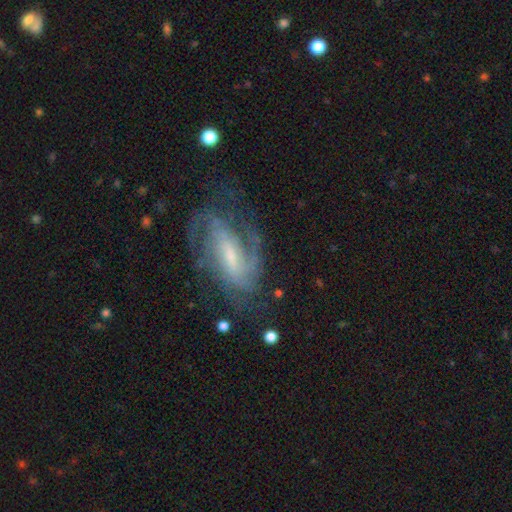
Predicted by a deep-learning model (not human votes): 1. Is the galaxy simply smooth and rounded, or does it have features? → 78% featured or disk, 11% star or artifact, 11% smooth.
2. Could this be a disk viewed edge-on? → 90% no, 10% yes.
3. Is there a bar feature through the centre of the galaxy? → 43% weak, 33% strong, 24% no.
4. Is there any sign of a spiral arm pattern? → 93% yes, 7% no.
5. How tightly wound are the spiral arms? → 44% medium, 39% tight, 17% loose.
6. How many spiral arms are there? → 52% 2, 23% can't tell, 12% 3, 5% 1, 5% 4, 4% more than 4.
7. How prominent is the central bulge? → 49% small, 35% moderate, 9% none, 6% large, 2% dominant.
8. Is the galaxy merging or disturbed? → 70% none, 17% minor disturbance, 10% major disturbance, 2% merger.